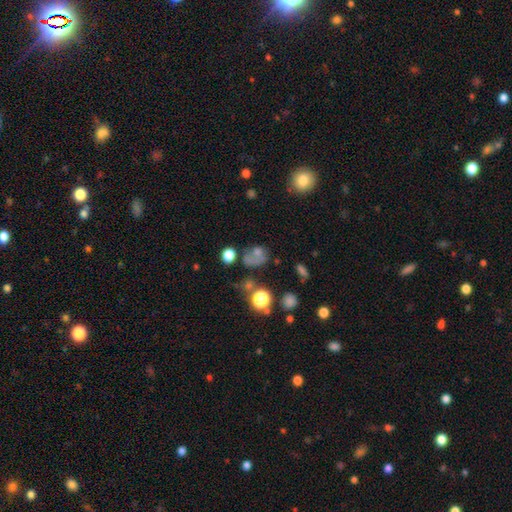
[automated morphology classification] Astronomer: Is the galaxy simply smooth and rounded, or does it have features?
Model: smooth — 60%.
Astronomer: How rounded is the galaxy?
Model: round — 50% (runner-up: in between, 49%).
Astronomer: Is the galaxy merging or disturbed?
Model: none — 35% (runner-up: merger, 24%).